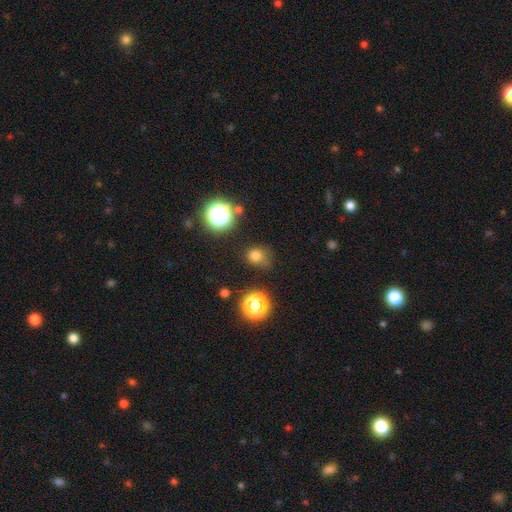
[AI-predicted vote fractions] A smooth galaxy with no disk features (73%) that is round (76%). Merging: none (69%).